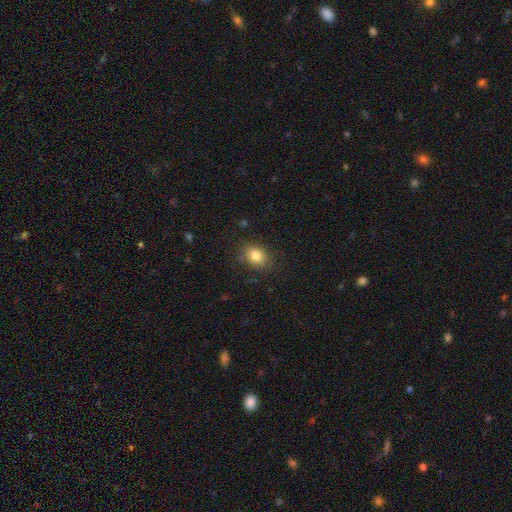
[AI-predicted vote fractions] smooth_or_featured: smooth (p=0.83) [alt: star or artifact p=0.10]
how_rounded: in between (p=0.62) [alt: round p=0.36]
merging: none (p=0.80) [alt: minor disturbance p=0.14]